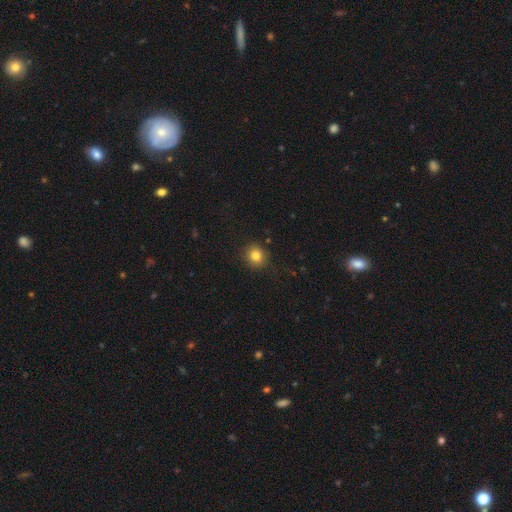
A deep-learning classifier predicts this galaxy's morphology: Smooth or featured?
  - smooth: 82% *
  - star or artifact: 12%
  - featured or disk: 6%
How rounded?
  - round: 84% *
  - in between: 16%
  - cigar-shaped: 1%
Merging?
  - none: 88% *
  - minor disturbance: 9%
  - major disturbance: 2%
  - merger: 1%